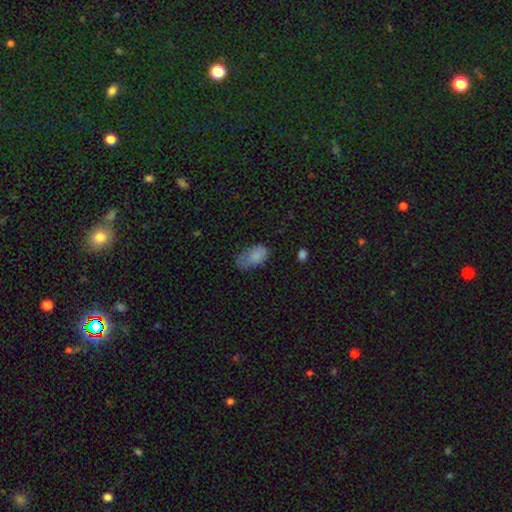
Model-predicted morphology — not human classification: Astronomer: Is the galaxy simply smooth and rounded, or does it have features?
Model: smooth — 81%.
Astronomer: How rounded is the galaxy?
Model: in between — 93%.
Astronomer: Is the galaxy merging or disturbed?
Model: none — 45% (runner-up: minor disturbance, 36%).